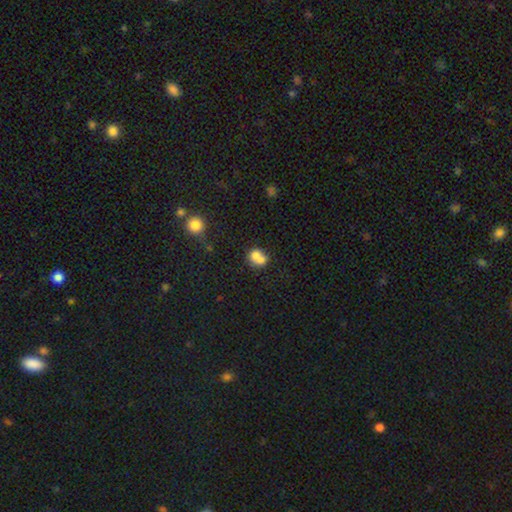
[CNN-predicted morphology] smooth-or-featured: smooth: 72% | featured or disk: 17% | star or artifact: 11%
  how-rounded: round: 66% | in between: 33% | cigar-shaped: 1%
  merging: merger: 56% | none: 30% | minor disturbance: 10% | major disturbance: 4%